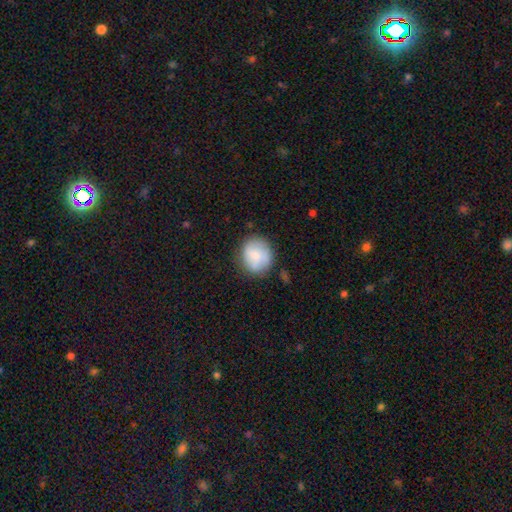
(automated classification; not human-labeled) Q: Smooth or featured?
A: smooth (70%); runner-up: featured or disk (23%)
Q: How rounded?
A: round (78%); runner-up: in between (21%)
Q: Merging?
A: none (71%); runner-up: minor disturbance (19%)